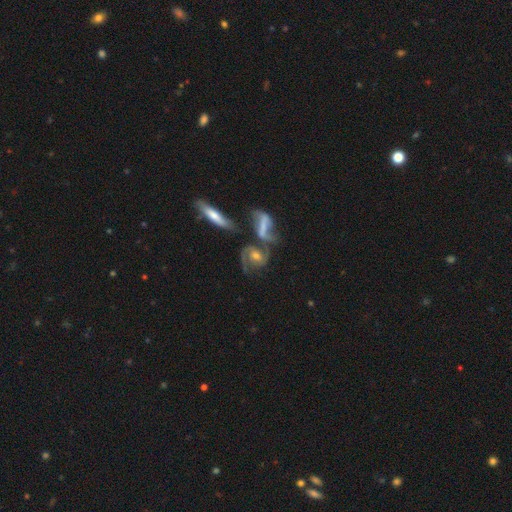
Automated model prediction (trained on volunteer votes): Morphology: type=featured or disk (79%); edge-on=no (94%); bar=no (51%); spiral arms=yes (91%); winding=medium (47%); arm count=2 (78%); bulge=moderate (60%); merging=merger (37%).